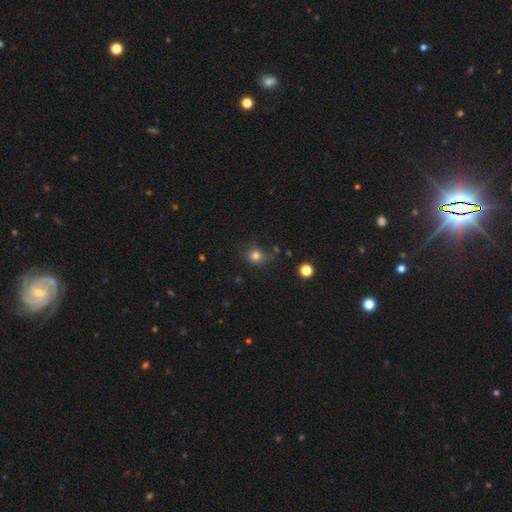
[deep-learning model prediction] This is clearly a smooth galaxy (80%). How rounded: likely round (76%). Merging: likely none (62%).